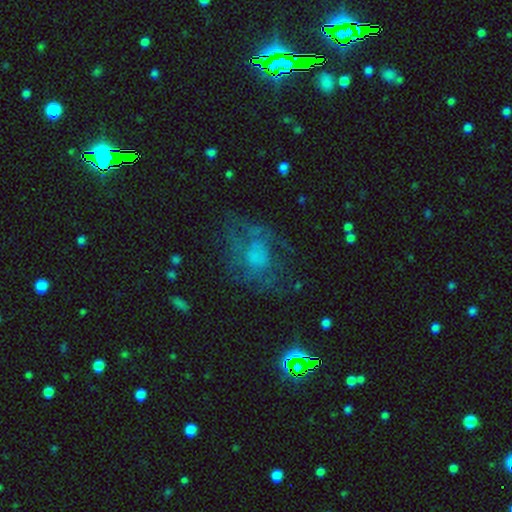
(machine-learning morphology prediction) Overall: featured or disk (45%; smooth 40%). Merging: none (46%; major disturbance 31%).